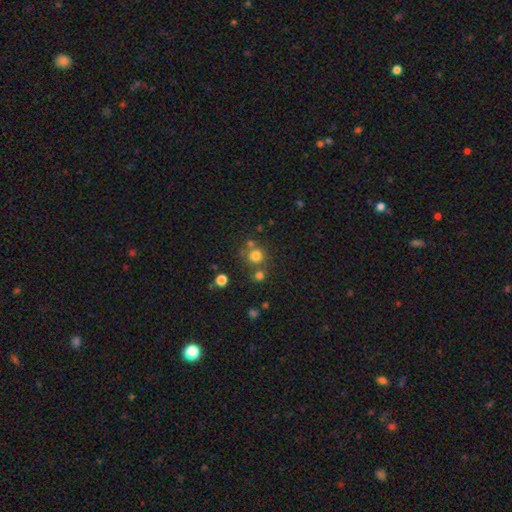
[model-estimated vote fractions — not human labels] This is likely a smooth galaxy (75%). How rounded: clearly round (91%). Merging: likely none (67%).